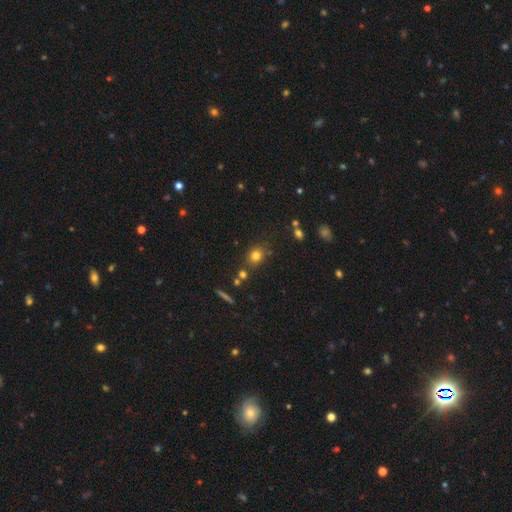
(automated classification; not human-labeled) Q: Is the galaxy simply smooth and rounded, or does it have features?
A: smooth — 77%.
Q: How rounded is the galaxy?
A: round — 69%.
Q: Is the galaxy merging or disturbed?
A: none — 76%.